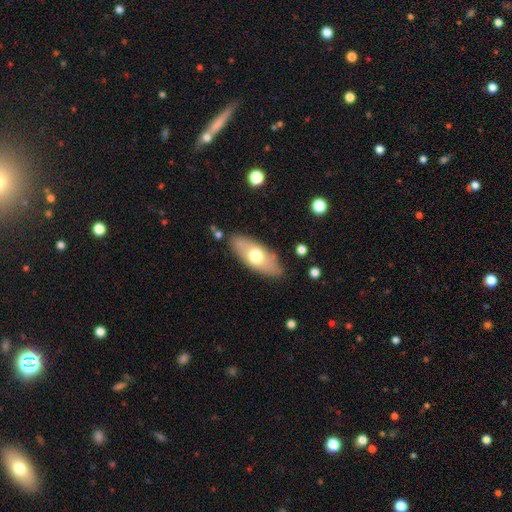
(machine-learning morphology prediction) Smooth or featured? smooth (62%)
How rounded? in between (81%)
Merging? none (83%)